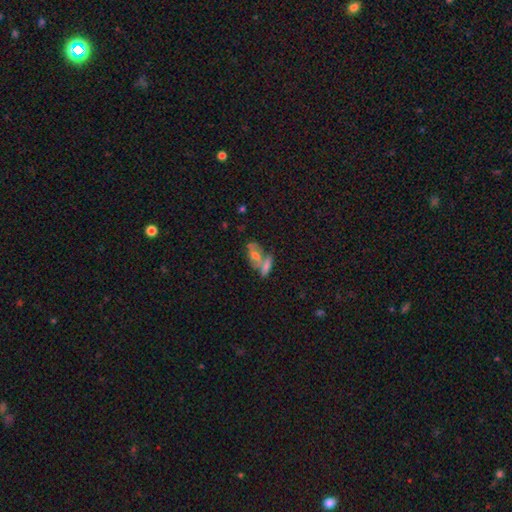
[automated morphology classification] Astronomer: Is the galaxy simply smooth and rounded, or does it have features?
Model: smooth — 46% (runner-up: featured or disk, 39%).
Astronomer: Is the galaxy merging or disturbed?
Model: merger — 48% (runner-up: none, 32%).